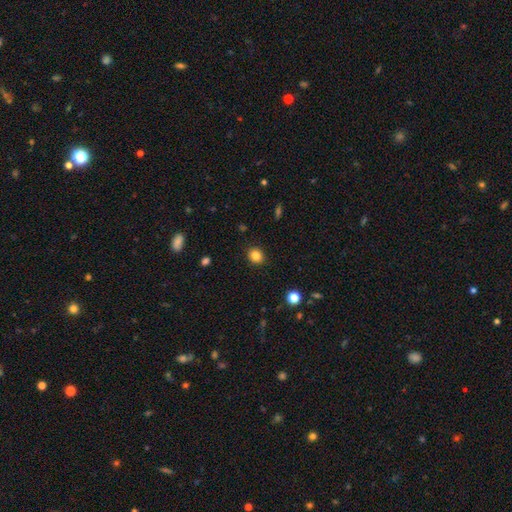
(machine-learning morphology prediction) Smooth or featured? Predicted: smooth (p=0.84). How rounded? Predicted: round (p=0.73). Merging? Predicted: none (p=0.91).